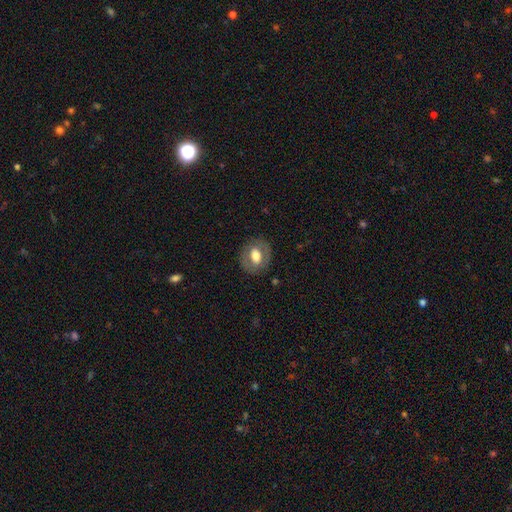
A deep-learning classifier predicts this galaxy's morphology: Smooth or featured? Predicted: smooth (p=0.55). How rounded? Predicted: in between (p=0.55). Merging? Predicted: none (p=0.81).